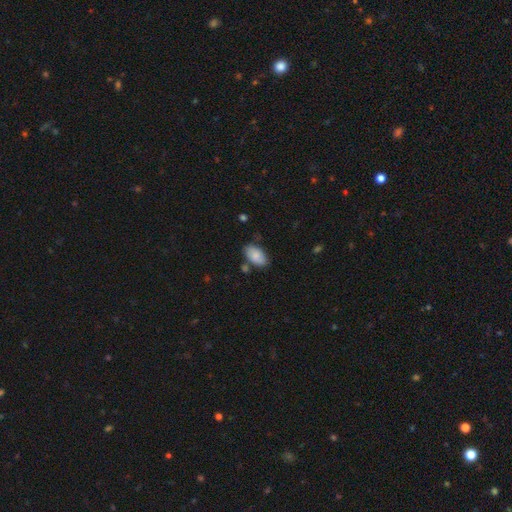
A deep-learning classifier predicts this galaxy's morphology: type=smooth (87%); roundness=in between (94%); merging=none (74%).